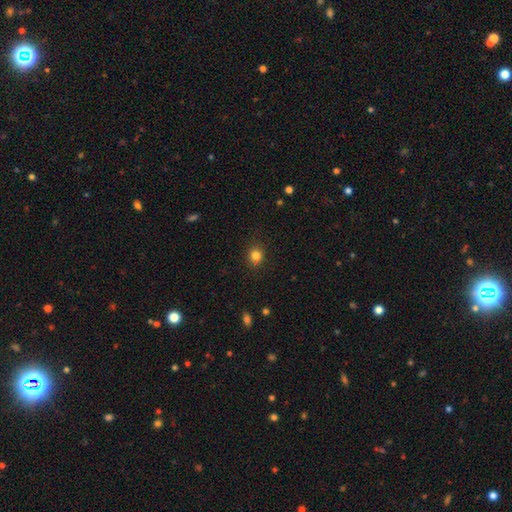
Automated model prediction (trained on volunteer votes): Smooth or featured? smooth (82%)
How rounded? round (77%)
Merging? none (84%)